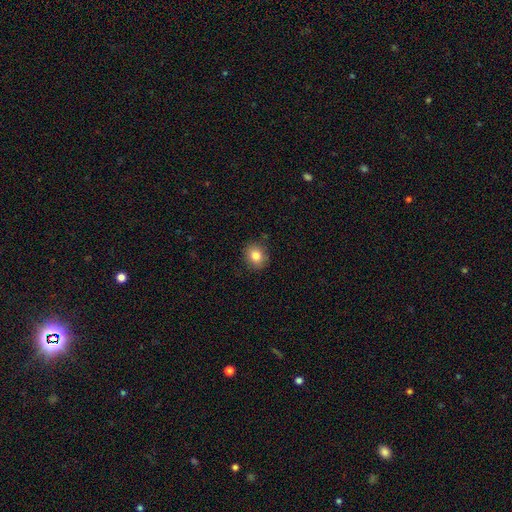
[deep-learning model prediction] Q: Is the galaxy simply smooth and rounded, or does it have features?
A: smooth — 83%.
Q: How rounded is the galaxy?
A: round — 74%.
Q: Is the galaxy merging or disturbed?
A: none — 88%.